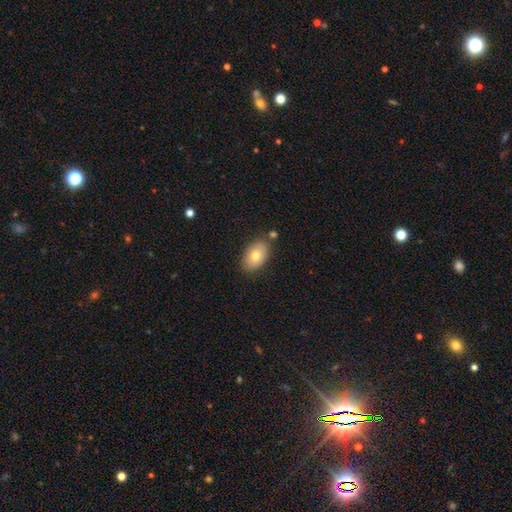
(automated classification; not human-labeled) smooth_or_featured: smooth (p=0.75) [alt: featured or disk p=0.17]
how_rounded: in between (p=0.89) [alt: round p=0.10]
merging: none (p=0.79) [alt: minor disturbance p=0.13]